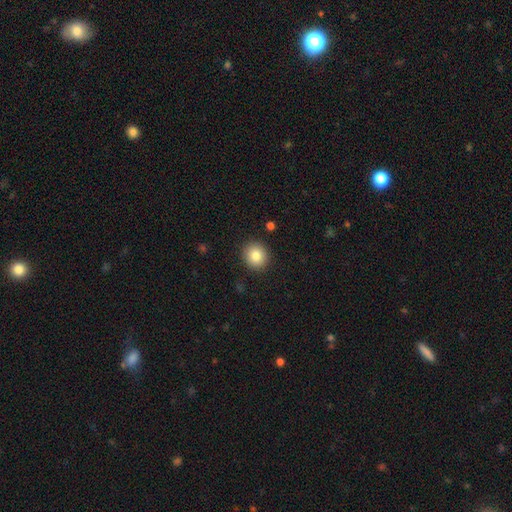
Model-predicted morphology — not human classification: Smooth or featured: smooth — 84% (star or artifact — 9%)
How rounded: round — 86% (in between — 13%)
Merging: none — 90% (minor disturbance — 6%)